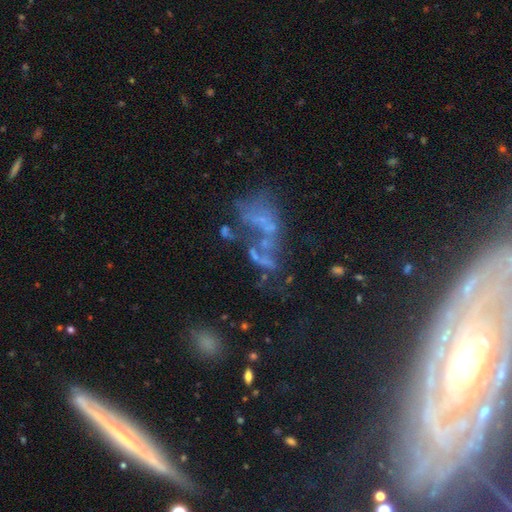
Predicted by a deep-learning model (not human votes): Smooth or featured? featured or disk (55%)
Edge-on disk? no (97%)
Bar? no (89%)
Spiral arms? no (91%)
Bulge size? none (74%)
Merging? merger (34%)